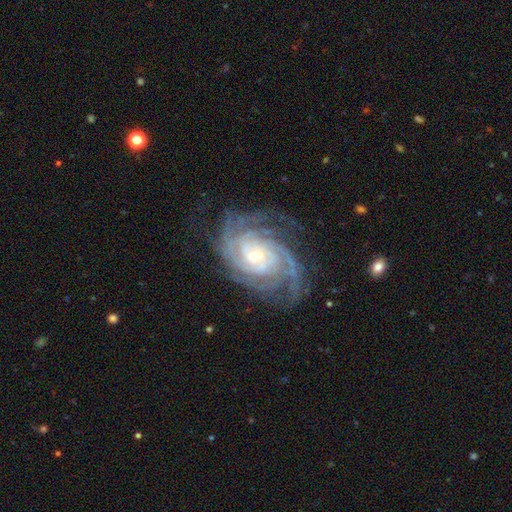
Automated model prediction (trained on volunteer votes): This appears to be a featured or disk galaxy (91%) with no bar (63%), 4 (26%) tight (72%) spiral arms (98%) and a small central bulge (63%). Merging: none (73%).